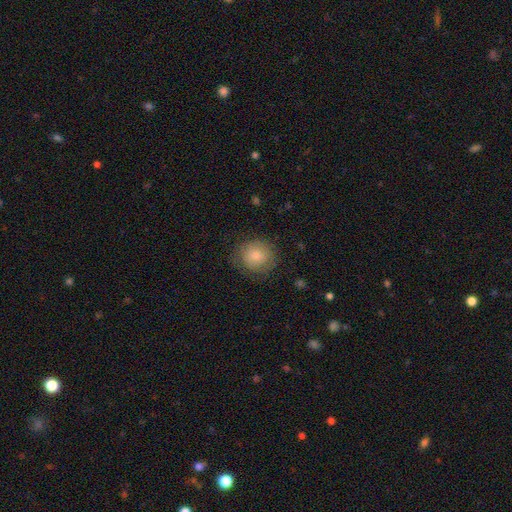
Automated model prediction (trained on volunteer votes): Overall: smooth (82%). How rounded: round (86%). Merging: none (80%).